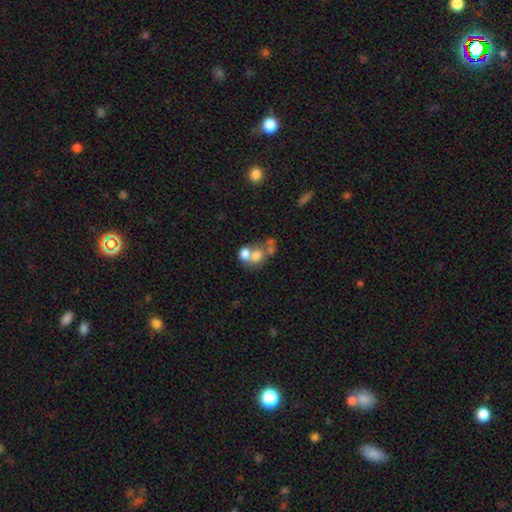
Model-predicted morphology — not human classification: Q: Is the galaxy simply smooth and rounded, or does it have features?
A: smooth — 63%.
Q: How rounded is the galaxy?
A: round — 66%.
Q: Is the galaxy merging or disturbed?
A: merger — 62%.